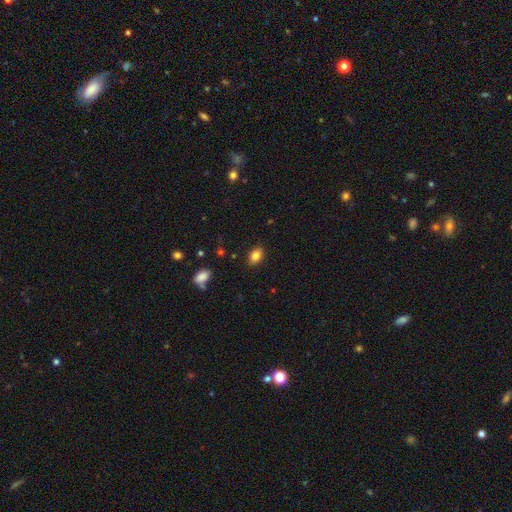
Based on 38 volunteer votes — smooth_or_featured: smooth (p=0.82) [alt: featured or disk p=0.13]
how_rounded: in between (p=0.81) [alt: round p=0.16]
merging: none (p=0.75) [alt: minor disturbance p=0.19]